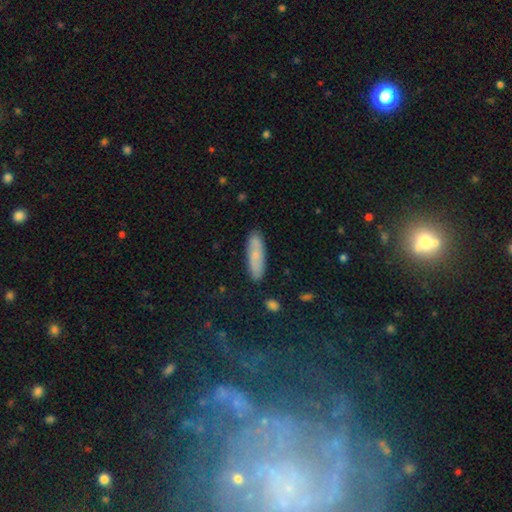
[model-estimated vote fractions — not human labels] smooth-or-featured: smooth: 67% | featured or disk: 25% | star or artifact: 8%
  how-rounded: cigar-shaped: 58% | in between: 40% | round: 2%
  merging: none: 83% | minor disturbance: 12% | merger: 2% | major disturbance: 2%